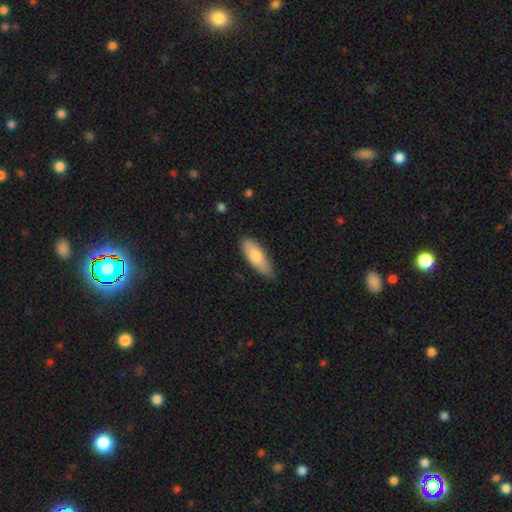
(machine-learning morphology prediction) This appears to be a smooth galaxy with no disk features (76%) that is in between round and cigar-shaped (68%). Merging: none (75%).